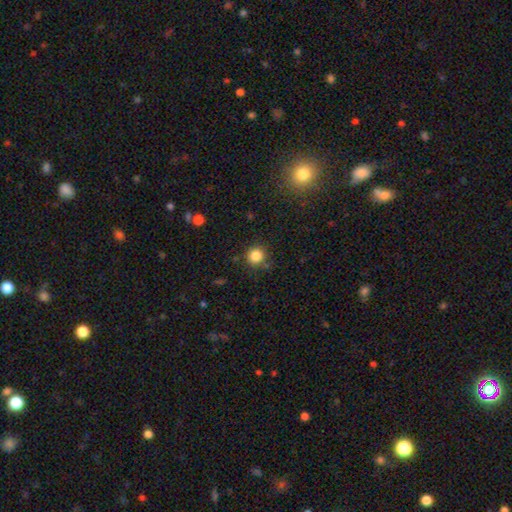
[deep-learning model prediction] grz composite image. It shows a smooth galaxy with no disk features (84%) that is round (93%). Merging: none (83%).